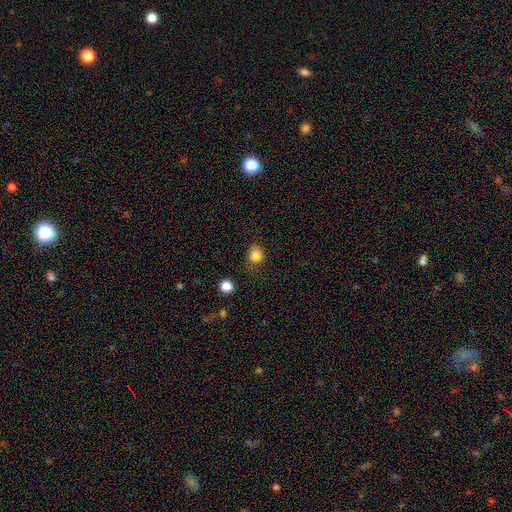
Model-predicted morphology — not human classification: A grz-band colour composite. It shows a smooth galaxy with no disk features (83%) that is round (70%). Merging: none (71%).